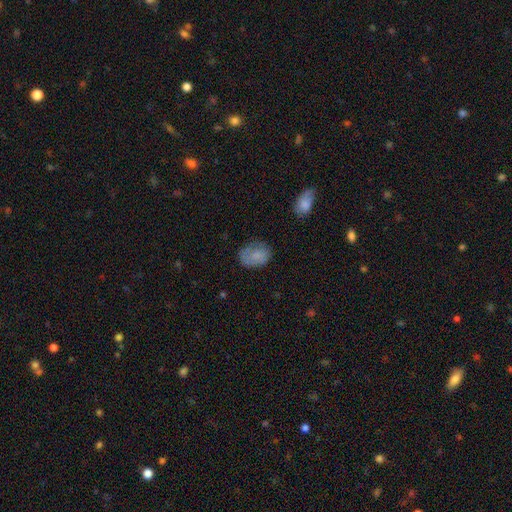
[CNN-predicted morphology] This is likely a smooth galaxy (77%). How rounded: likely in between (76%). Merging: likely none (61%).